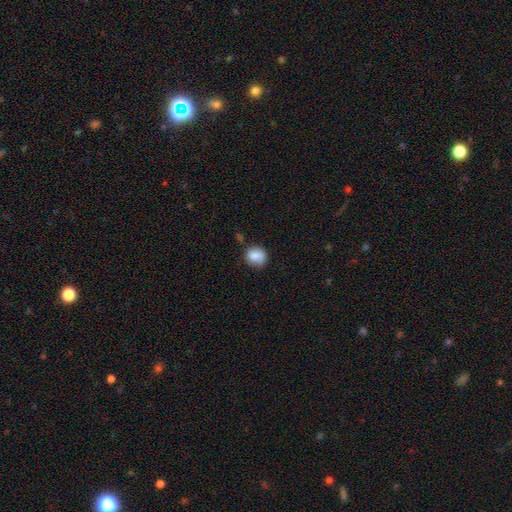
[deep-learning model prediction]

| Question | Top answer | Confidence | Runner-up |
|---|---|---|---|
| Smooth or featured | smooth | 82% | featured or disk (10%) |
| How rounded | round | 73% | in between (26%) |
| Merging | none | 68% | minor disturbance (22%) |